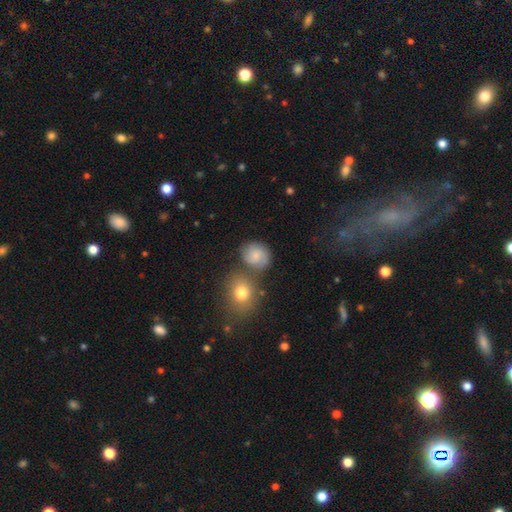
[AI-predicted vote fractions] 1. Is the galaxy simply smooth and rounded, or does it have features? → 48% smooth, 41% featured or disk, 10% star or artifact.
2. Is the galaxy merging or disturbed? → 63% none, 16% minor disturbance, 15% merger, 6% major disturbance.